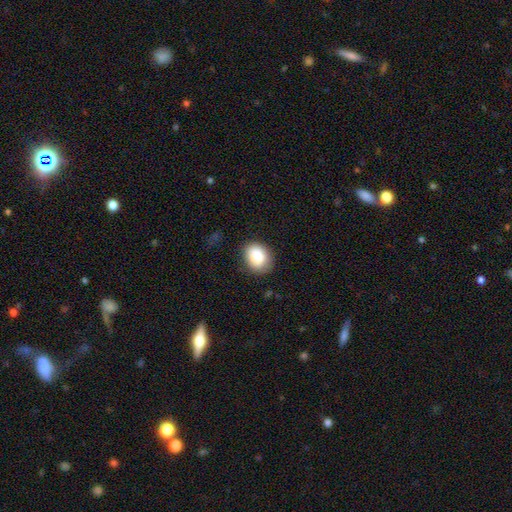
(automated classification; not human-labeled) The model was most divided on "how rounded": in between: 58%, round: 41%, cigar-shaped: 1%. More confident: smooth or featured — smooth (85%); merging — none (80%).